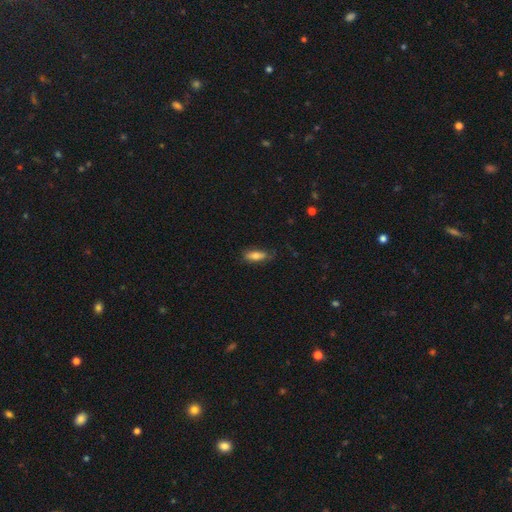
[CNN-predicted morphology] smooth-or-featured: smooth: 76% | featured or disk: 17% | star or artifact: 7%
  how-rounded: in between: 64% | cigar-shaped: 33% | round: 2%
  merging: none: 75% | minor disturbance: 19% | major disturbance: 4% | merger: 1%